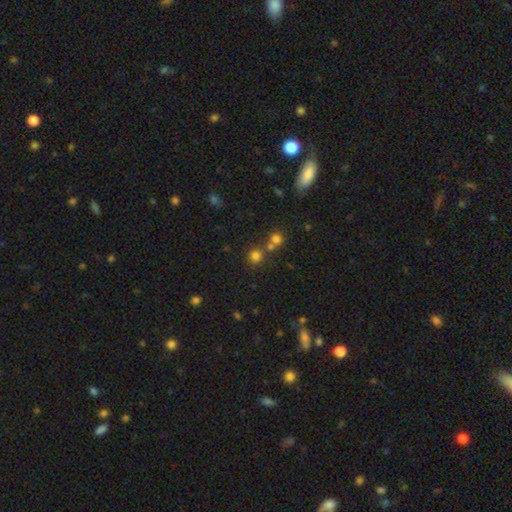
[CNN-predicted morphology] Smooth or featured: smooth — 74% (star or artifact — 19%)
How rounded: round — 91% (in between — 8%)
Merging: none — 71% (merger — 19%)